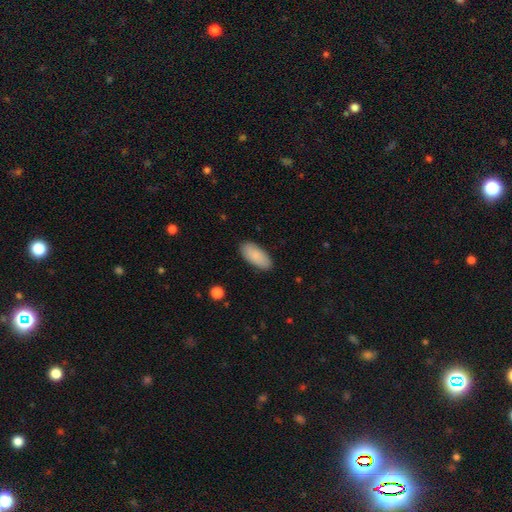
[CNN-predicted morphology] smooth_or_featured: smooth (p=0.88) [alt: featured or disk p=0.06]
how_rounded: in between (p=0.90) [alt: cigar-shaped p=0.08]
merging: none (p=0.87) [alt: minor disturbance p=0.10]